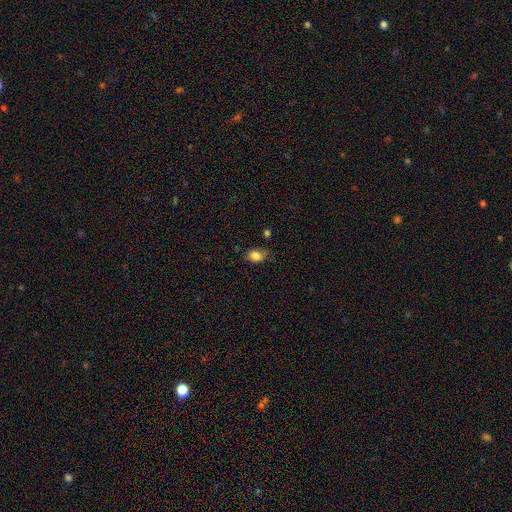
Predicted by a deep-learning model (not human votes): smooth_or_featured: smooth (p=0.83) [alt: star or artifact p=0.10]
how_rounded: in between (p=0.71) [alt: round p=0.28]
merging: none (p=0.60) [alt: minor disturbance p=0.29]